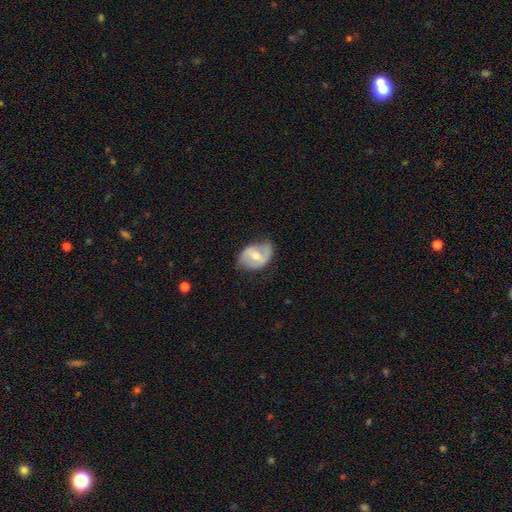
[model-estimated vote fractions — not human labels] featured or disk 53%, smooth 41%, star or artifact 6%. Down the decision tree: edge-on disk — no (96%); bar — weak (46%); spiral arms — yes (63%); bulge size — moderate (69%); merging — none (57%).